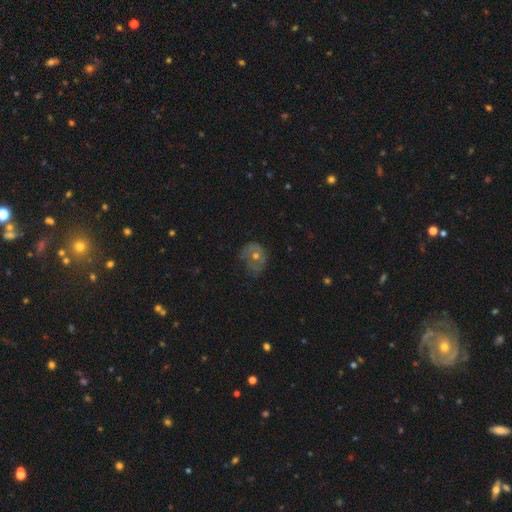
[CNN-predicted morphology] Smooth or featured: featured or disk — 50% (smooth — 35%)
Merging: none — 54% (minor disturbance — 27%)